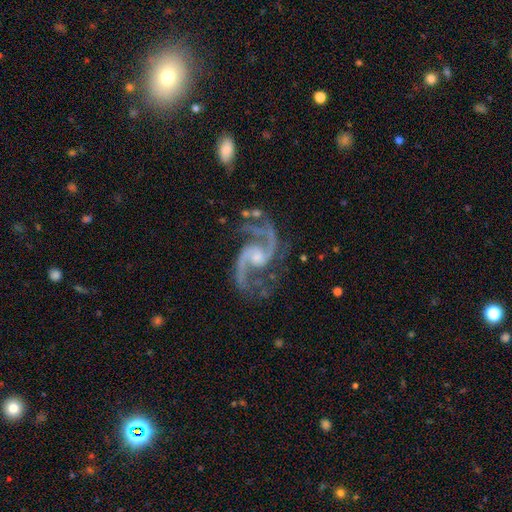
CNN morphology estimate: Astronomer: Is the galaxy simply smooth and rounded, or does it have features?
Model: featured or disk — 94%.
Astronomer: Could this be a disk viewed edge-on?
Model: no — 98%.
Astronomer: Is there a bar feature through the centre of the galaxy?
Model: no — 53% (runner-up: weak, 37%).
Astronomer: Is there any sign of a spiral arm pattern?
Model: yes — 98%.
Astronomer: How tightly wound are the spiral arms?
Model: medium — 56% (runner-up: loose, 34%).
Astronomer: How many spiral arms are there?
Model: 2 — 86%.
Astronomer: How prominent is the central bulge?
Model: small — 49% (runner-up: moderate, 37%).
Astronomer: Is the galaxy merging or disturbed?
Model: none — 64%.